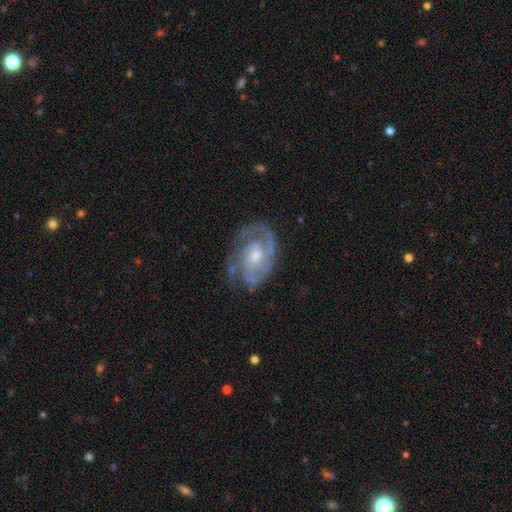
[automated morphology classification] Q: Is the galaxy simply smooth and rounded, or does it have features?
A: featured or disk — 87%.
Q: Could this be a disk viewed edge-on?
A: no — 97%.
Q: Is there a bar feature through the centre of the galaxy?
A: no — 69%.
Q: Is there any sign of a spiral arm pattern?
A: yes — 95%.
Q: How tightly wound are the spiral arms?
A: tight — 53%.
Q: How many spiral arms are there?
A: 2 — 47%.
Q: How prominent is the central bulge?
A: small — 48%.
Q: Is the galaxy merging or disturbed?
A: none — 67%.